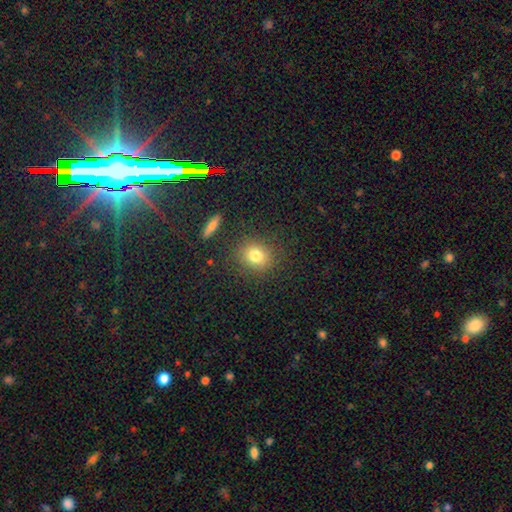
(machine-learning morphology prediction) smooth_or_featured: smooth (p=0.80) [alt: star or artifact p=0.12]
how_rounded: round (p=0.70) [alt: in between p=0.29]
merging: none (p=0.85) [alt: minor disturbance p=0.09]